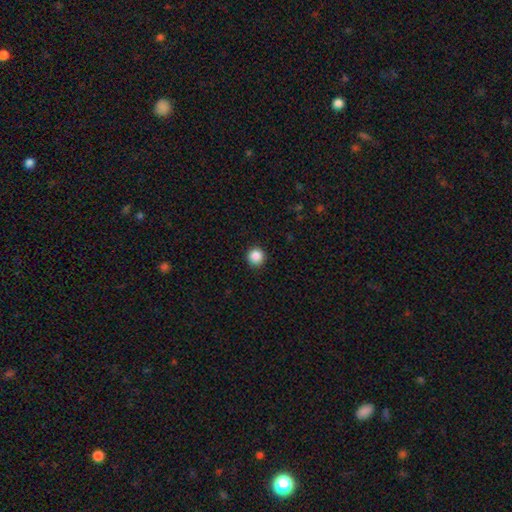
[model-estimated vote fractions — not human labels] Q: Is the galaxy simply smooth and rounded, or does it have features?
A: smooth — 87%.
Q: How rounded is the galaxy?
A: round — 95%.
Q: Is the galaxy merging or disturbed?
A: none — 92%.